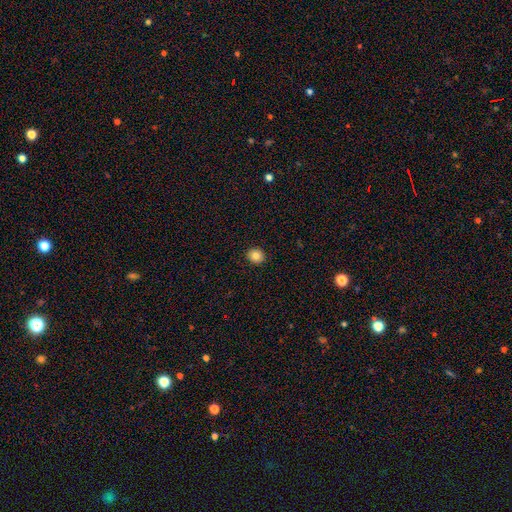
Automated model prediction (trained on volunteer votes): smooth 82%, star or artifact 10%, featured or disk 8%. Down the decision tree: how rounded — round (82%); merging — none (92%).